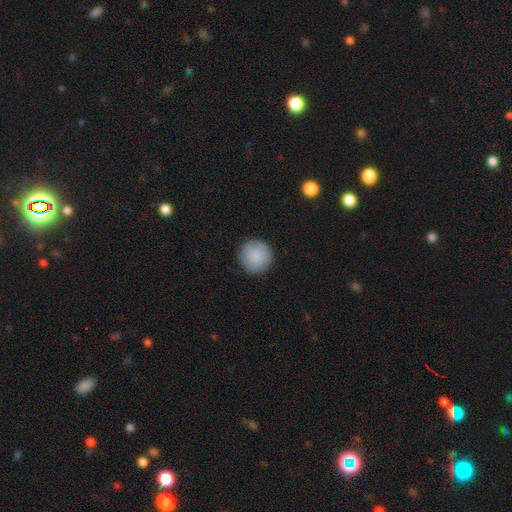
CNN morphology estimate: smooth_or_featured: smooth (p=0.88) [alt: star or artifact p=0.06]
how_rounded: round (p=0.96) [alt: in between p=0.03]
merging: none (p=0.90) [alt: minor disturbance p=0.07]